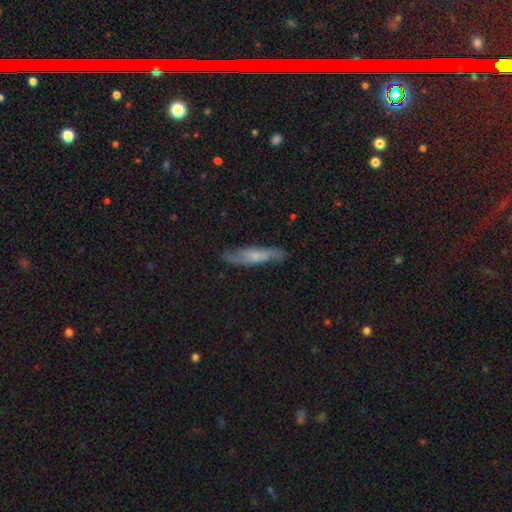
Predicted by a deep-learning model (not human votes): Smooth or featured? Predicted: featured or disk (p=0.53). Edge-on disk? Predicted: no (p=0.52). Merging? Predicted: none (p=0.80).